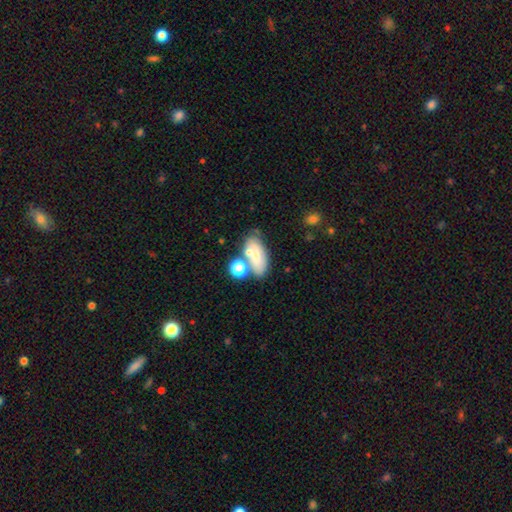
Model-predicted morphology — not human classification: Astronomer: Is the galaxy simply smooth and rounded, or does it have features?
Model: smooth — 65%.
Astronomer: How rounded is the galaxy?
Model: in between — 83%.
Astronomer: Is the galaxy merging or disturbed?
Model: none — 47% (runner-up: merger, 28%).